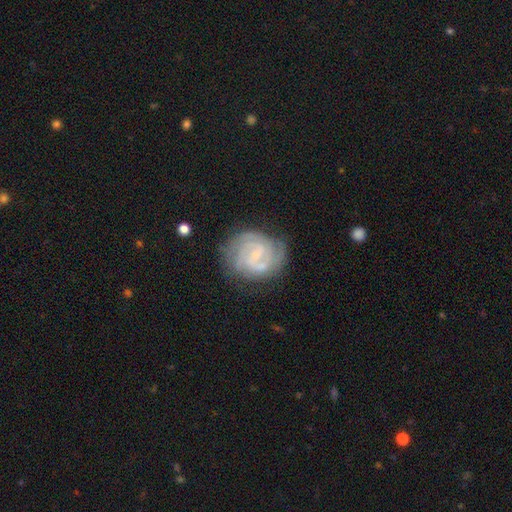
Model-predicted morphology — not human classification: A featured or disk galaxy (83%) with a weak bar (51%), 2 (45%) tight (60%) spiral arms (95%) and a small central bulge (73%).

Vote fractions:
- Smooth or featured? featured or disk: 83% / smooth: 11% / star or artifact: 6%
- Edge-on disk? no: 98% / yes: 2%
- Bar? weak: 51% / no: 37% / strong: 12%
- Spiral arms? yes: 95% / no: 5%
- Spiral winding? tight: 60% / medium: 33% / loose: 7%
- Spiral arm count? 2: 45% / can't tell: 22% / 3: 19% / 4: 6% / 1: 4% / more than 4: 4%
- Bulge size? small: 73% / moderate: 14% / none: 11% / large: 1% / dominant: 1%
- Merging? none: 71% / minor disturbance: 19% / major disturbance: 8% / merger: 3%